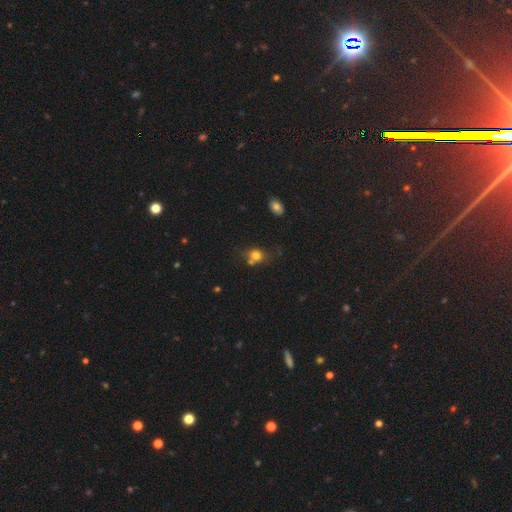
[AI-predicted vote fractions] Overall: smooth (76%). How rounded: round (65%; in between 33%). Merging: none (57%; merger 22%).